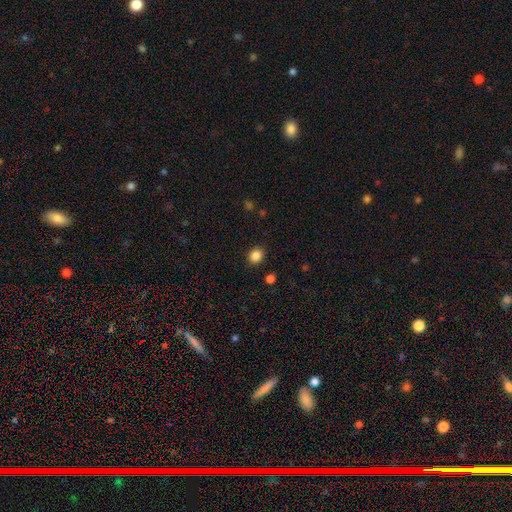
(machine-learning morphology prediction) smooth-or-featured: smooth: 85% | star or artifact: 11% | featured or disk: 4%
  how-rounded: round: 75% | in between: 24% | cigar-shaped: 1%
  merging: none: 90% | minor disturbance: 7% | major disturbance: 2% | merger: 2%